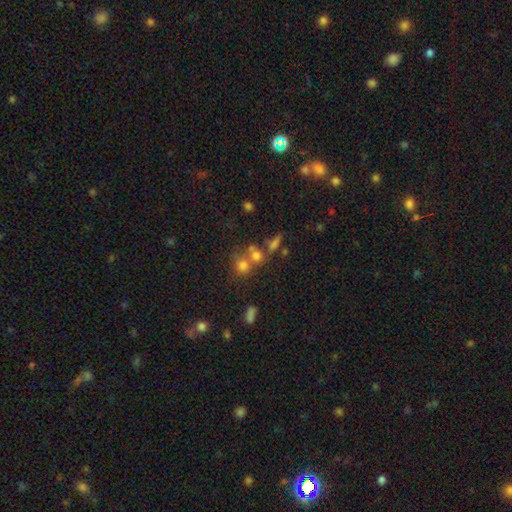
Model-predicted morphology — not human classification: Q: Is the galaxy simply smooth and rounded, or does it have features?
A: smooth — 64%.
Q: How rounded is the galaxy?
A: round — 77%.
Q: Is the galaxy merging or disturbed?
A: merger — 44%.